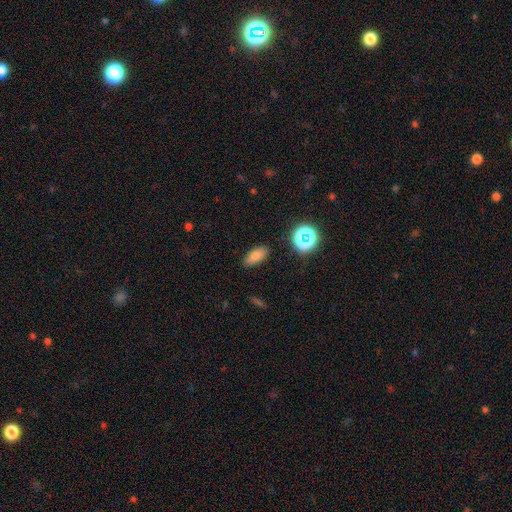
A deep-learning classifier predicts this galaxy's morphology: smooth-or-featured: smooth: 79% | star or artifact: 14% | featured or disk: 8%
  how-rounded: in between: 85% | cigar-shaped: 10% | round: 5%
  merging: none: 86% | minor disturbance: 10% | major disturbance: 3% | merger: 2%